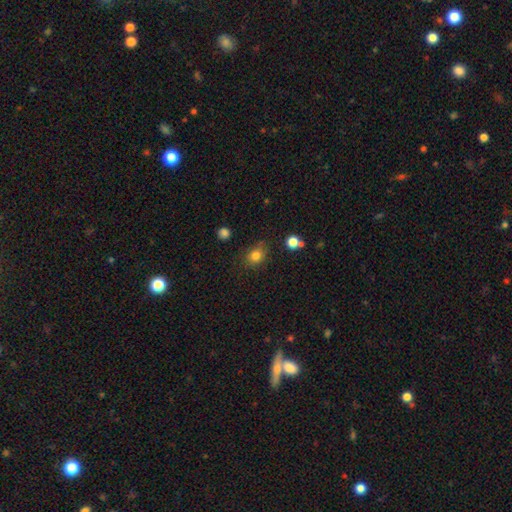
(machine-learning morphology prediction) Smooth or featured?
  - smooth: 81% *
  - star or artifact: 12%
  - featured or disk: 6%
How rounded?
  - round: 59% *
  - in between: 40%
  - cigar-shaped: 1%
Merging?
  - none: 76% *
  - minor disturbance: 16%
  - major disturbance: 4%
  - merger: 3%